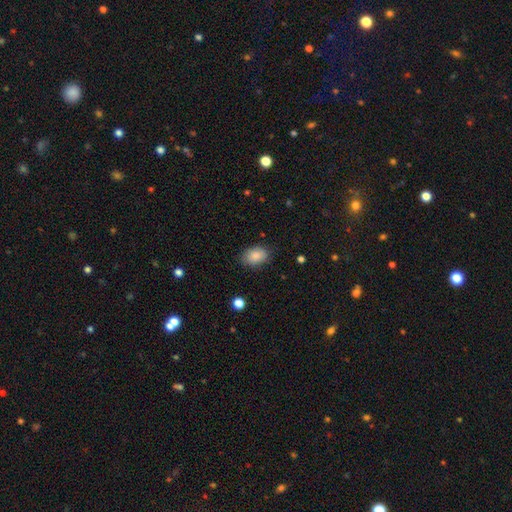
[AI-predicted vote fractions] A smooth galaxy with no disk features (86%) that is in between round and cigar-shaped (81%).

Vote fractions:
- Smooth or featured? smooth: 86% / star or artifact: 8% / featured or disk: 6%
- How rounded? in between: 81% / round: 18% / cigar-shaped: 1%
- Merging? none: 81% / minor disturbance: 15% / major disturbance: 3% / merger: 1%